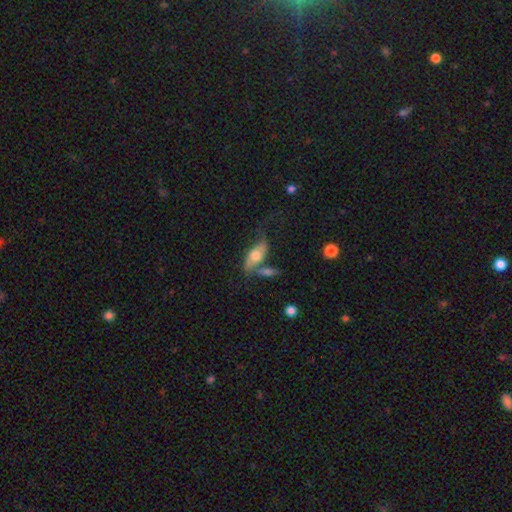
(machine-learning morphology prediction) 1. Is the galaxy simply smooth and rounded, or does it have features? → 55% smooth, 38% featured or disk, 7% star or artifact.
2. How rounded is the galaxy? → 81% in between, 15% cigar-shaped, 4% round.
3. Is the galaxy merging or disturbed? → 39% none, 24% merger, 22% minor disturbance, 15% major disturbance.